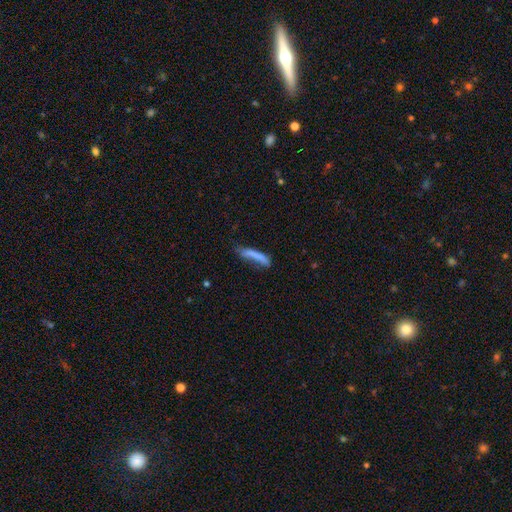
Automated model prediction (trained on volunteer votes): smooth 71%, featured or disk 21%, star or artifact 8%. Down the decision tree: how rounded — cigar-shaped (86%); merging — none (45%).